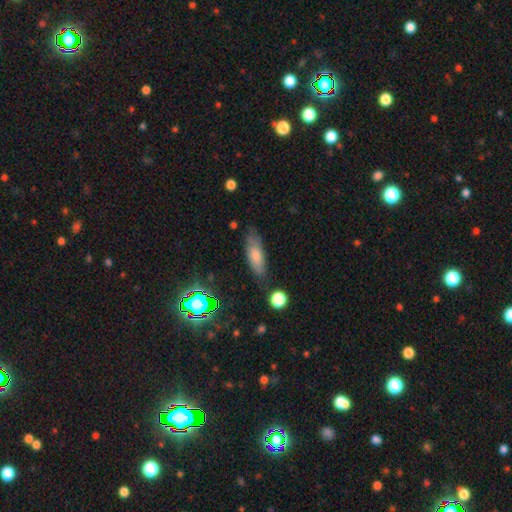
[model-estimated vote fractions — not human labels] A smooth galaxy with no disk features (64%) that is in between round and cigar-shaped (58%). Merging: none (77%).